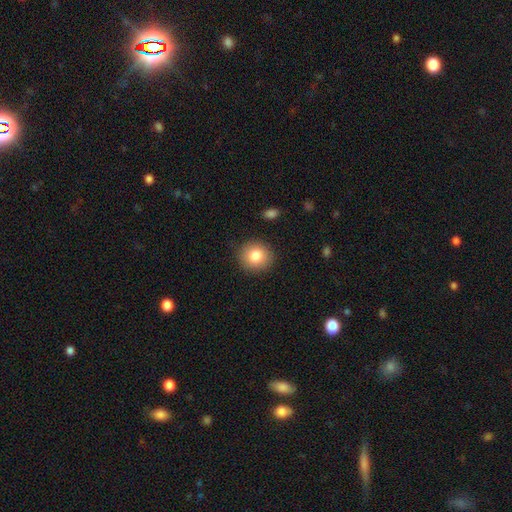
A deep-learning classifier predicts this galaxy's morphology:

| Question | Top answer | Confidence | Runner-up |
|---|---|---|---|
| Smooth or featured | smooth | 82% | star or artifact (9%) |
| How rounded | round | 86% | in between (13%) |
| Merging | none | 89% | minor disturbance (8%) |